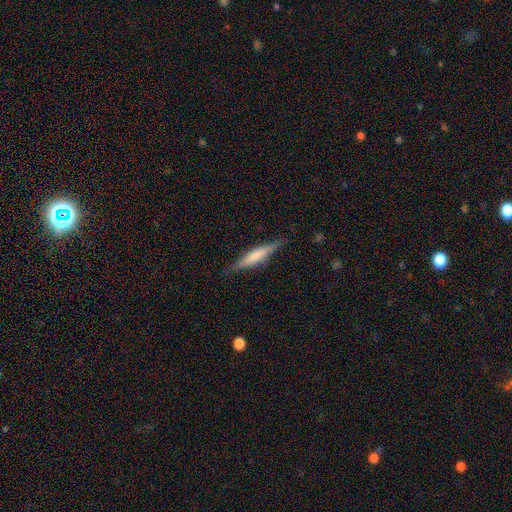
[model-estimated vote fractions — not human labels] A smooth galaxy with no disk features (52%) that is cigar-shaped (90%). Merging: none (87%).